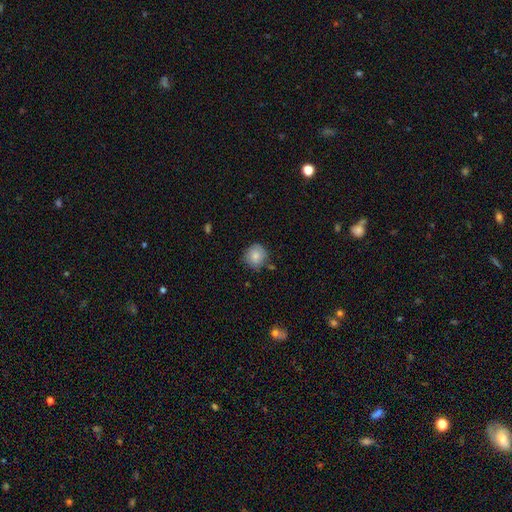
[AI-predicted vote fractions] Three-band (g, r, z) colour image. It shows a smooth galaxy with no disk features (77%) that is round (88%). Merging: none (75%).